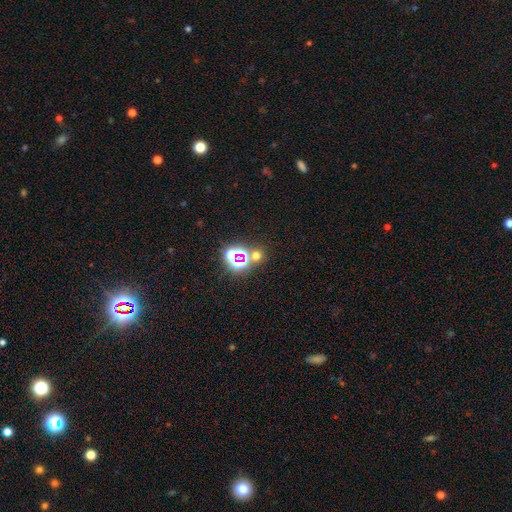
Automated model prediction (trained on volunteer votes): A star or artifact, not a galaxy (46%, tied with smooth).